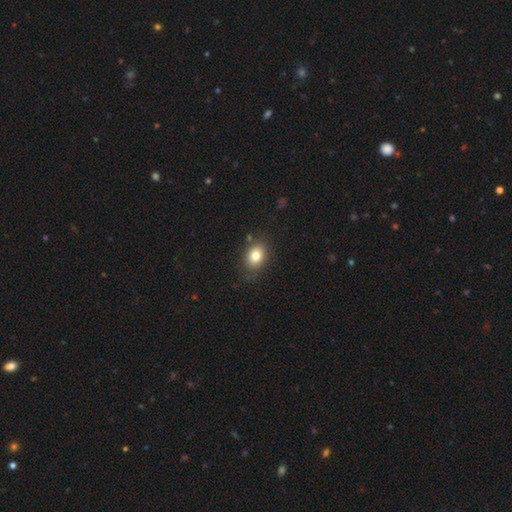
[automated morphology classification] smooth_or_featured: smooth (p=0.81) [alt: star or artifact p=0.10]
how_rounded: in between (p=0.69) [alt: round p=0.30]
merging: none (p=0.80) [alt: minor disturbance p=0.14]